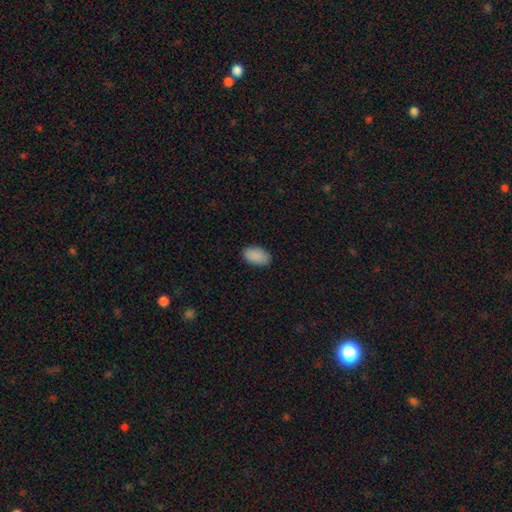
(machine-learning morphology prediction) smooth 90%, star or artifact 7%, featured or disk 3%. Down the decision tree: how rounded — in between (93%); merging — none (85%).